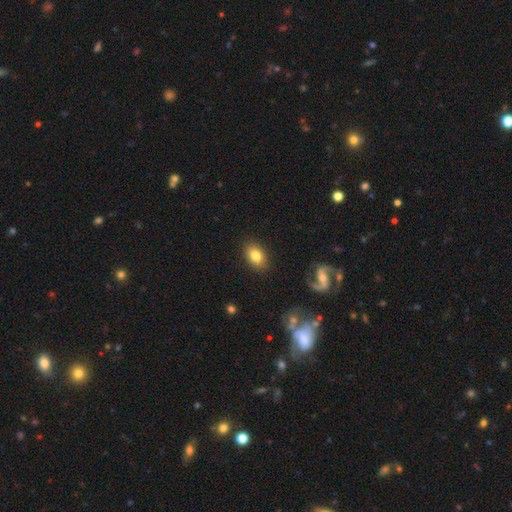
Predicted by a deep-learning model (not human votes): Smooth or featured? smooth (80%)
How rounded? in between (80%)
Merging? none (86%)